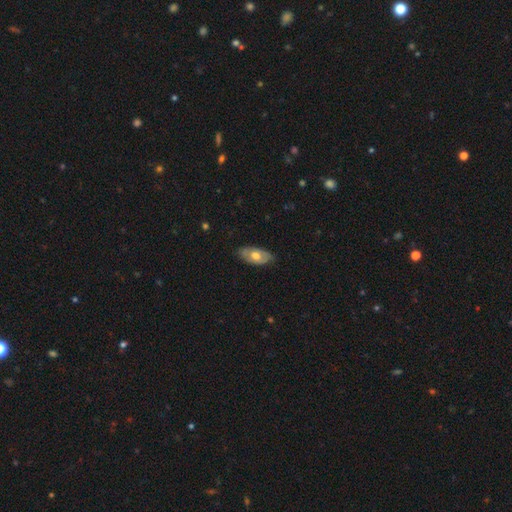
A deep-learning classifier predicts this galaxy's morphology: A smooth galaxy with no disk features (55%) that is in between round and cigar-shaped (92%).

Vote fractions:
- Smooth or featured? smooth: 55% / featured or disk: 39% / star or artifact: 6%
- How rounded? in between: 92% / round: 4% / cigar-shaped: 4%
- Merging? none: 79% / minor disturbance: 17% / major disturbance: 3% / merger: 1%